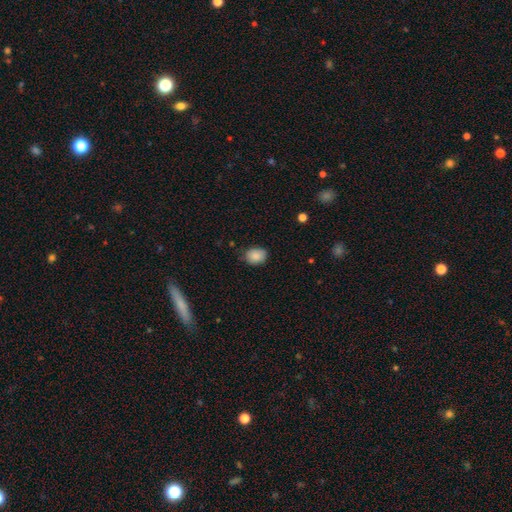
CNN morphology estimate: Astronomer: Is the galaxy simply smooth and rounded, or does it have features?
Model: smooth — 87%.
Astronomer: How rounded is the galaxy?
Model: in between — 59% (runner-up: round, 40%).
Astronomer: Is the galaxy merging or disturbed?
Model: none — 76%.